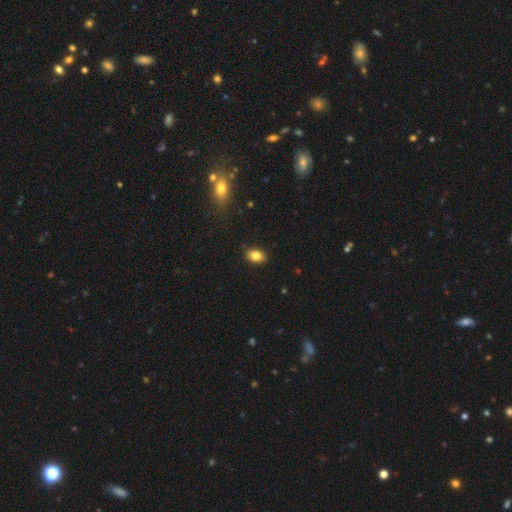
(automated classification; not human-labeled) smooth 84%, star or artifact 9%, featured or disk 7%. Down the decision tree: how rounded — in between (82%); merging — none (86%).